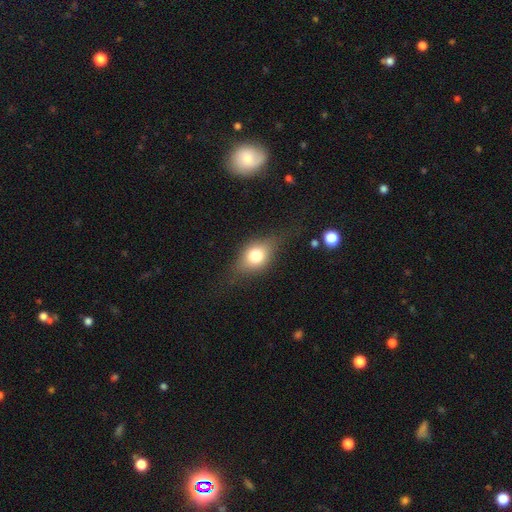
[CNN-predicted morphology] A smooth galaxy with no disk features (65%) that is in between round and cigar-shaped (64%).

Vote fractions:
- Smooth or featured? smooth: 65% / featured or disk: 26% / star or artifact: 10%
- How rounded? in between: 64% / round: 31% / cigar-shaped: 5%
- Merging? none: 66% / minor disturbance: 22% / major disturbance: 11% / merger: 2%